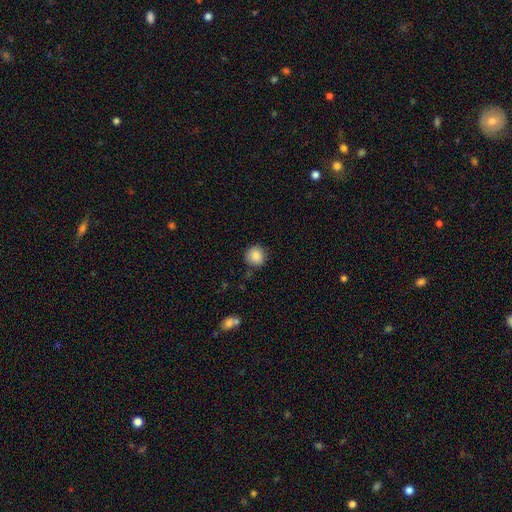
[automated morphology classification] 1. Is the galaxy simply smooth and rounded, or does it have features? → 87% smooth, 9% star or artifact, 4% featured or disk.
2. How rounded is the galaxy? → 91% round, 8% in between, 1% cigar-shaped.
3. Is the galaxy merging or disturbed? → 85% none, 11% minor disturbance, 3% major disturbance, 2% merger.